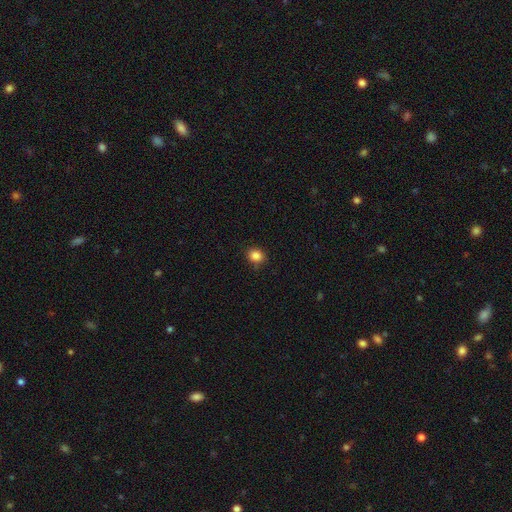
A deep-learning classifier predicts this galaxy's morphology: Smooth or featured?
  - smooth: 86% *
  - star or artifact: 11%
  - featured or disk: 3%
How rounded?
  - round: 72% *
  - in between: 27%
  - cigar-shaped: 1%
Merging?
  - none: 85% *
  - minor disturbance: 11%
  - major disturbance: 2%
  - merger: 1%